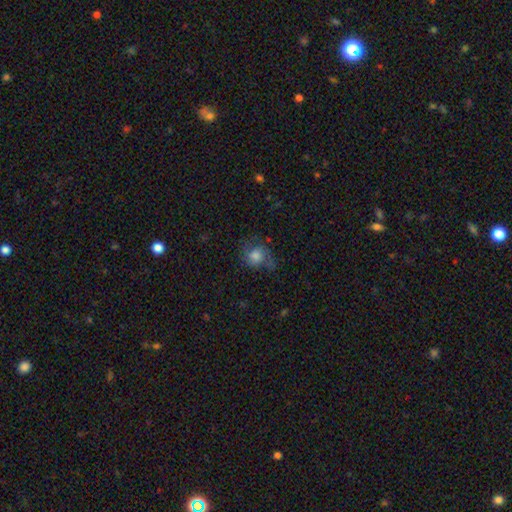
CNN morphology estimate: smooth_or_featured: smooth (p=0.59) [alt: featured or disk p=0.30]
how_rounded: round (p=0.73) [alt: in between p=0.26]
merging: none (p=0.52) [alt: minor disturbance p=0.26]